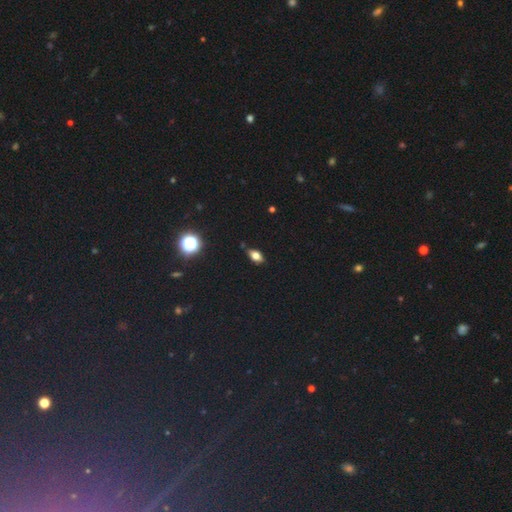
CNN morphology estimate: Smooth or featured?
  - smooth: 68% *
  - featured or disk: 18%
  - star or artifact: 15%
How rounded?
  - in between: 83% *
  - round: 10%
  - cigar-shaped: 7%
Merging?
  - none: 83% *
  - minor disturbance: 13%
  - major disturbance: 3%
  - merger: 2%